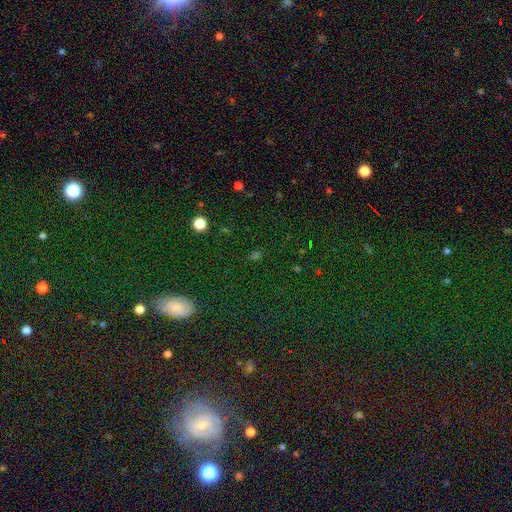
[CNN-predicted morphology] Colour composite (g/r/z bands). It shows a star or artifact, not a galaxy (47%).